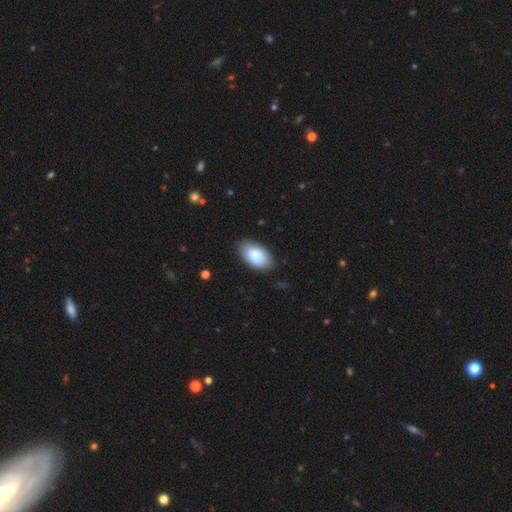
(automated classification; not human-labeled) Overall: smooth (86%). How rounded: in between (95%). Merging: none (84%).